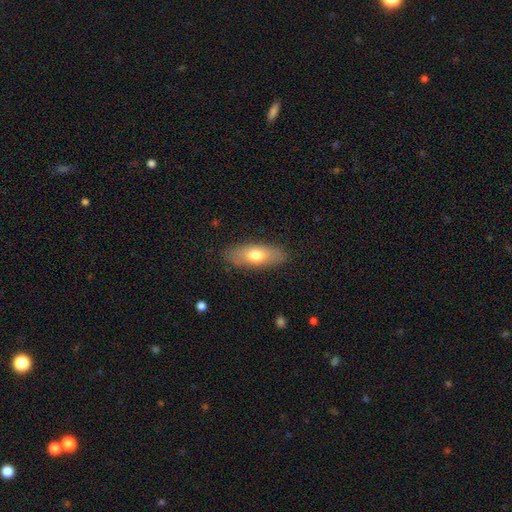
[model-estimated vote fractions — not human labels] This is likely a smooth galaxy (69%). How rounded: likely in between (74%). Merging: clearly none (86%).